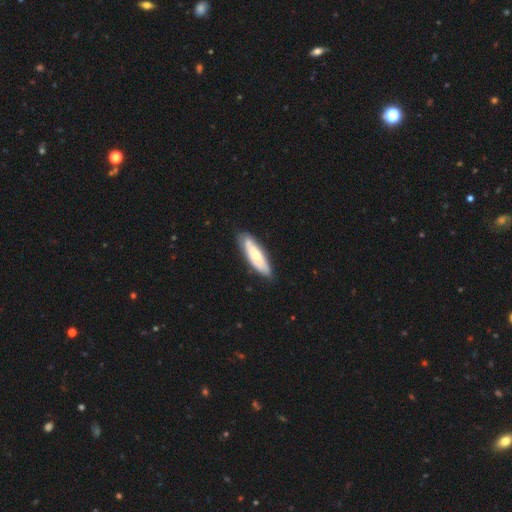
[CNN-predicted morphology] Smooth or featured?
  - smooth: 51% *
  - featured or disk: 43%
  - star or artifact: 5%
How rounded?
  - cigar-shaped: 52% *
  - in between: 46%
  - round: 2%
Merging?
  - none: 73% *
  - minor disturbance: 20%
  - major disturbance: 4%
  - merger: 3%